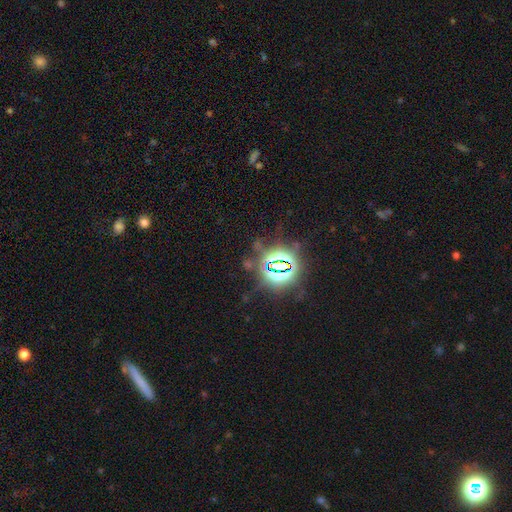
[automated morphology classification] type=star or artifact (82%).